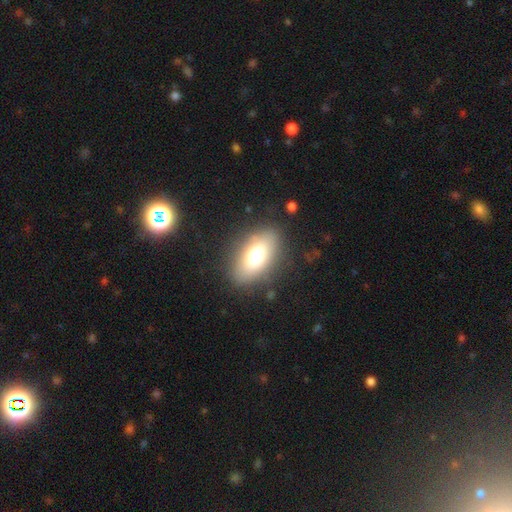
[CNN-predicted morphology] Q: Smooth or featured?
A: smooth (73%); runner-up: featured or disk (18%)
Q: How rounded?
A: in between (89%); runner-up: cigar-shaped (6%)
Q: Merging?
A: none (83%); runner-up: minor disturbance (11%)